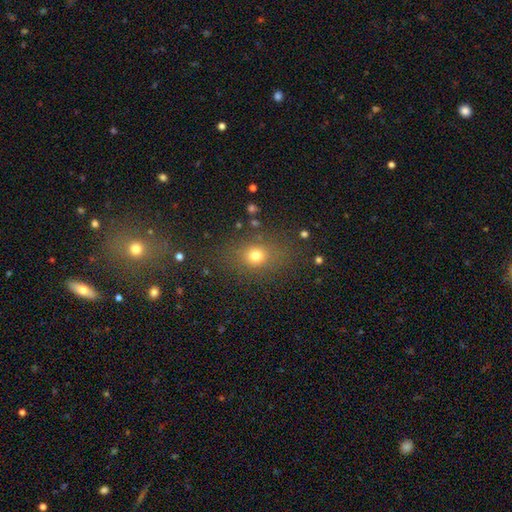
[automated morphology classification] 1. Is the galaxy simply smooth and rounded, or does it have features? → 73% smooth, 17% star or artifact, 10% featured or disk.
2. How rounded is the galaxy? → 59% round, 40% in between, 2% cigar-shaped.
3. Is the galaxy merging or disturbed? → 78% none, 12% minor disturbance, 7% major disturbance, 3% merger.